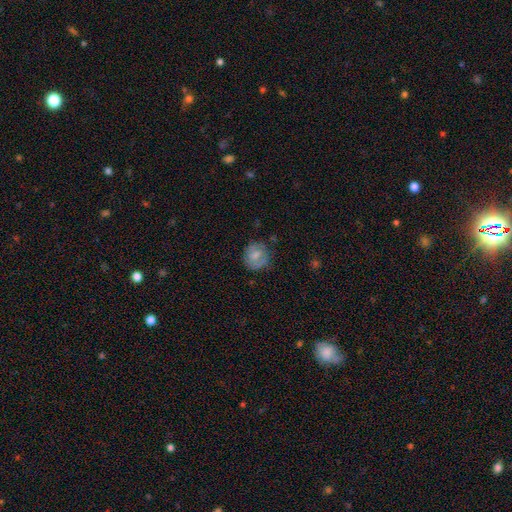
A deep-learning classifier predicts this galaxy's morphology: smooth 64%, featured or disk 28%, star or artifact 8%. Down the decision tree: how rounded — round (84%); merging — none (70%).